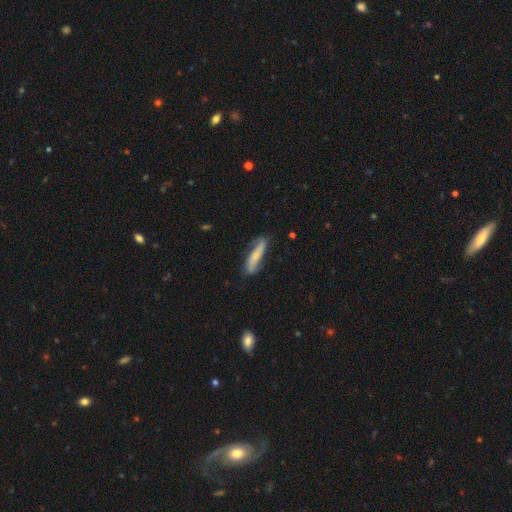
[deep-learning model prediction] A featured or disk galaxy (48%). Merging: none (74%).